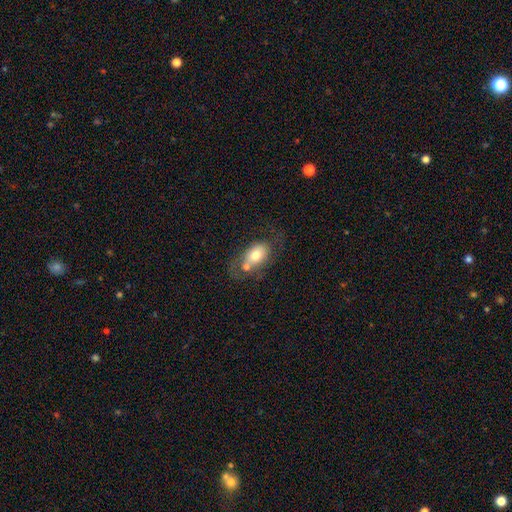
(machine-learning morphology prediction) Overall: smooth (66%). How rounded: in between (82%). Merging: none (38%; merger 26%).